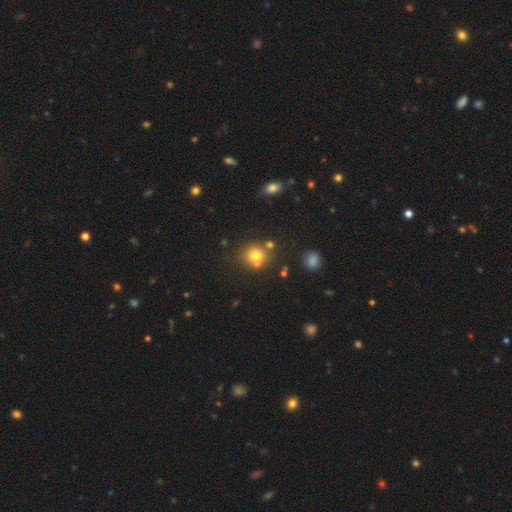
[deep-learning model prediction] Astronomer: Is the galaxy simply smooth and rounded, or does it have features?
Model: smooth — 75%.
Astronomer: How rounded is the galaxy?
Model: round — 85%.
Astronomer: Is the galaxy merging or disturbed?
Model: none — 65%.